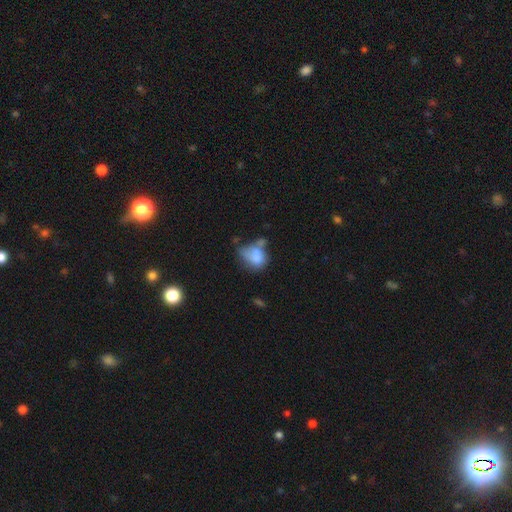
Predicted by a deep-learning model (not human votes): Q: Smooth or featured?
A: smooth (67%); runner-up: featured or disk (23%)
Q: How rounded?
A: in between (64%); runner-up: round (35%)
Q: Merging?
A: merger (33%); runner-up: none (24%)